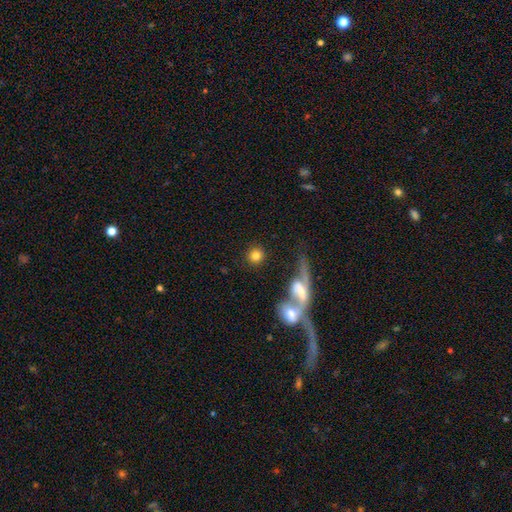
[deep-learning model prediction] Q: Smooth or featured?
A: smooth (78%); runner-up: featured or disk (13%)
Q: How rounded?
A: round (91%); runner-up: in between (8%)
Q: Merging?
A: none (76%); runner-up: merger (12%)